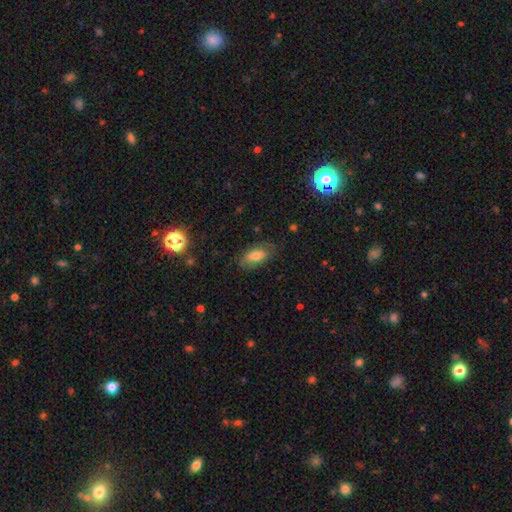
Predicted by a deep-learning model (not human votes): Smooth or featured? Predicted: smooth (p=0.75). How rounded? Predicted: in between (p=0.87). Merging? Predicted: none (p=0.76).